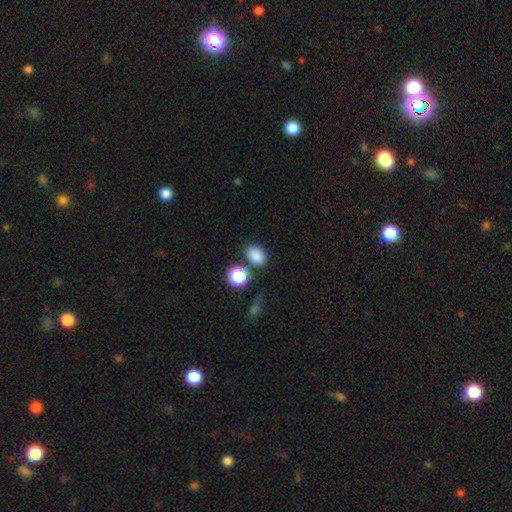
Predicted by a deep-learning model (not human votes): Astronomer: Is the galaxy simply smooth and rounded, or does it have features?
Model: smooth — 83%.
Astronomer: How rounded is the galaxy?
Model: in between — 75%.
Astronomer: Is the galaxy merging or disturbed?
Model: none — 71%.